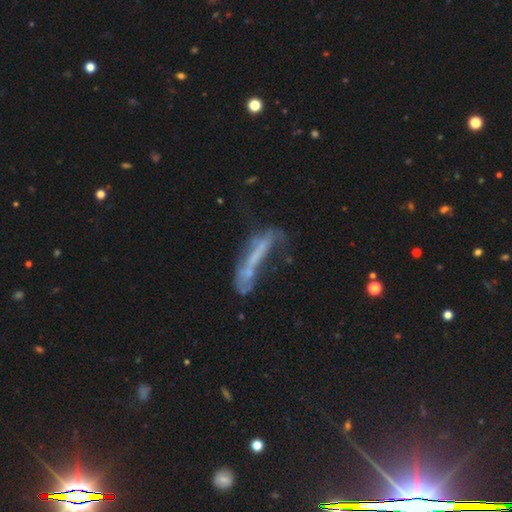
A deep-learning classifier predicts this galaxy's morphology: Smooth or featured?
  - featured or disk: 49% *
  - smooth: 36%
  - star or artifact: 15%
Merging?
  - major disturbance: 34% *
  - none: 29%
  - minor disturbance: 21%
  - merger: 16%